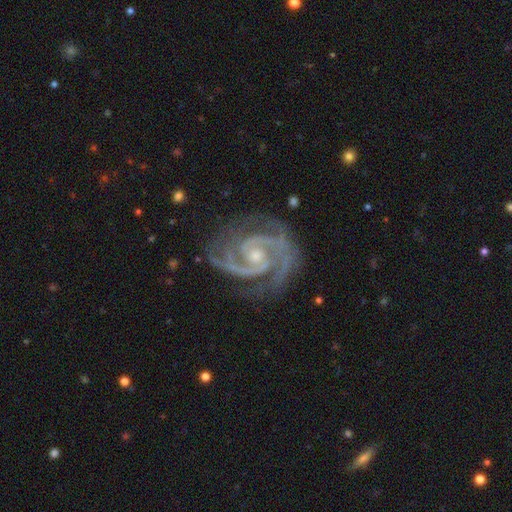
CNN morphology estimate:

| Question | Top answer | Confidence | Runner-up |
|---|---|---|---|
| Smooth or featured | featured or disk | 93% | star or artifact (5%) |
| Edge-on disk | no | 98% | yes (2%) |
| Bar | no | 46% | weak (39%) |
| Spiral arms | yes | 99% | no (1%) |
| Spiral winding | tight | 55% | medium (41%) |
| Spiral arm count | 2 | 85% | 3 (8%) |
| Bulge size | small | 60% | moderate (35%) |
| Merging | none | 77% | minor disturbance (16%) |